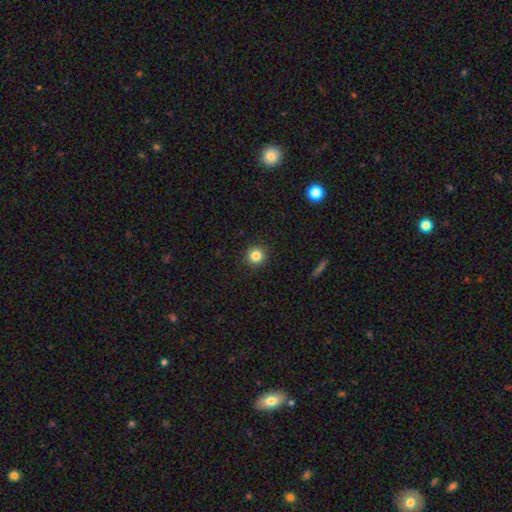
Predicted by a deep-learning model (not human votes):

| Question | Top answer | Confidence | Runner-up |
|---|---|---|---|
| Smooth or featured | smooth | 83% | star or artifact (12%) |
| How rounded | round | 95% | in between (4%) |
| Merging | none | 92% | minor disturbance (5%) |